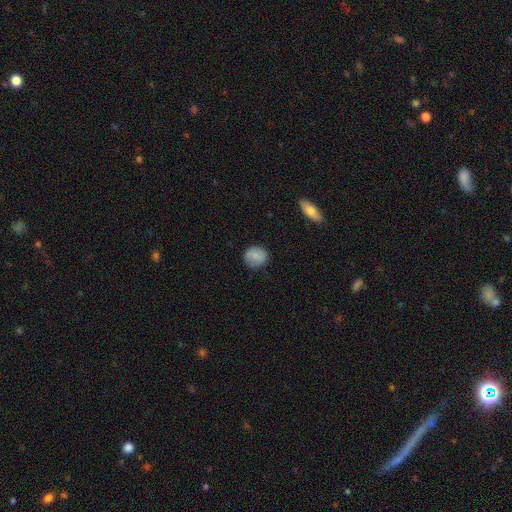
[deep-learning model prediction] Smooth or featured? smooth (80%)
How rounded? round (85%)
Merging? none (83%)